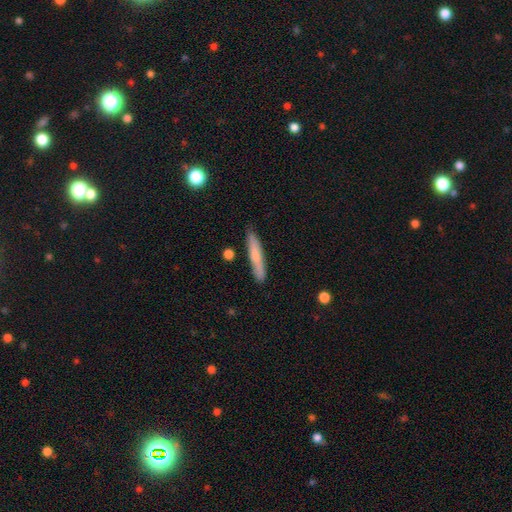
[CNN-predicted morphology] smooth_or_featured: smooth (p=0.67) [alt: featured or disk p=0.27]
how_rounded: cigar-shaped (p=0.92) [alt: in between p=0.07]
merging: none (p=0.84) [alt: minor disturbance p=0.11]